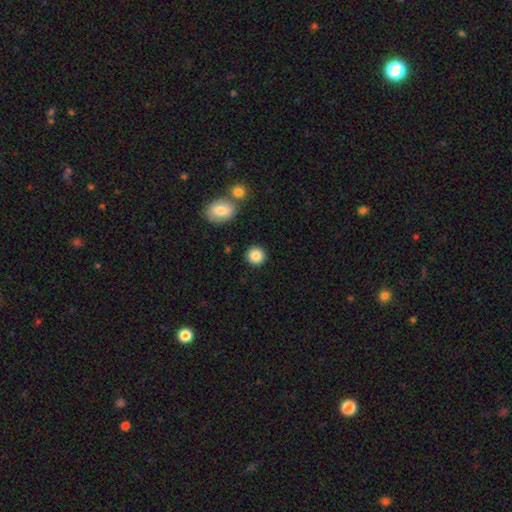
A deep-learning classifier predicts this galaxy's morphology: This appears to be a smooth galaxy with no disk features (86%) that is round (91%). Merging: none (90%).